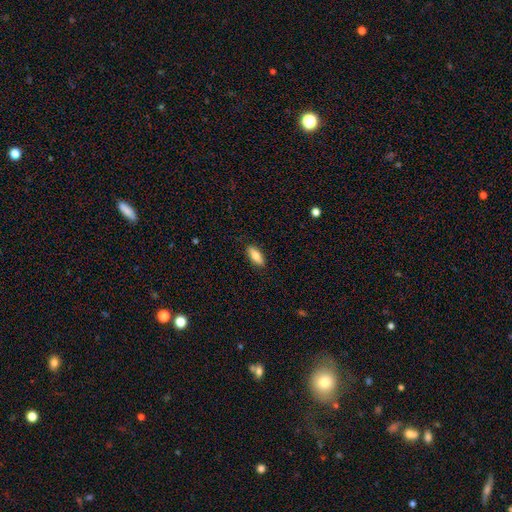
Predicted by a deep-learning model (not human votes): A smooth galaxy with no disk features (80%) that is in between round and cigar-shaped (77%). Merging: none (88%).